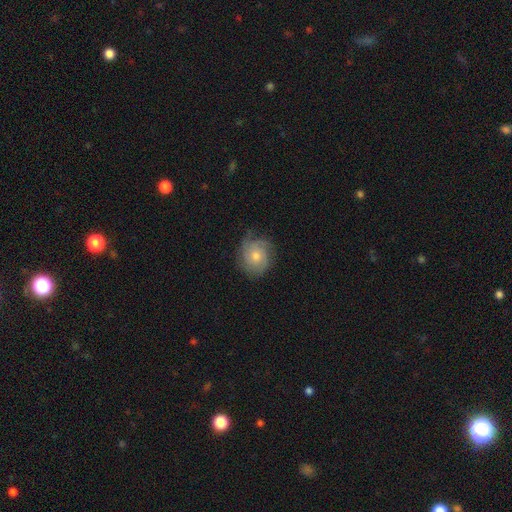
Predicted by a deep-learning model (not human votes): This appears to be a featured or disk galaxy (63%) with no bar (83%), tight (60%) spiral arms (90%) and a moderate central bulge (55%). Merging: none (72%).